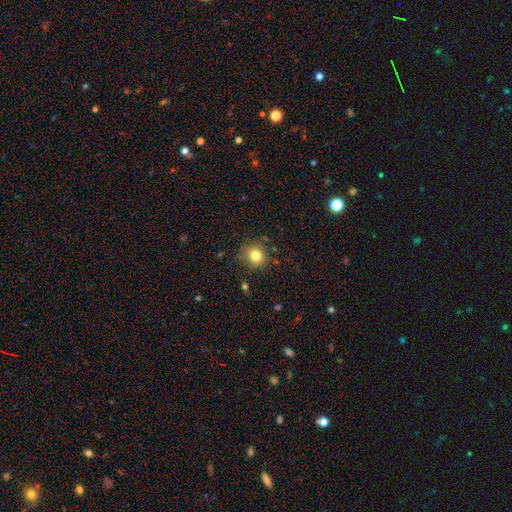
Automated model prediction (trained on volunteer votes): A smooth galaxy with no disk features (81%) that is round (86%). Merging: none (82%).